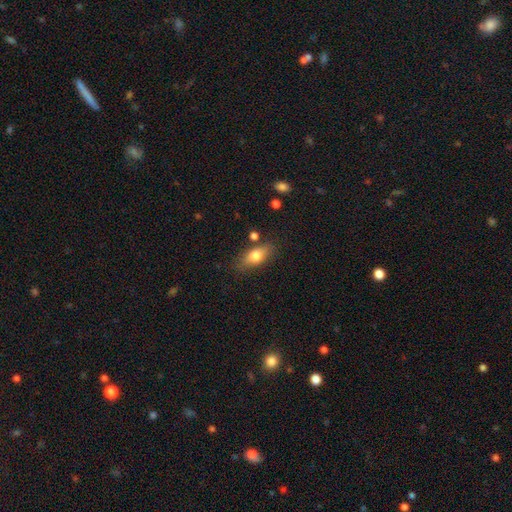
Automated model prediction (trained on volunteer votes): Q: Smooth or featured?
A: smooth (76%); runner-up: featured or disk (17%)
Q: How rounded?
A: in between (83%); runner-up: cigar-shaped (11%)
Q: Merging?
A: none (78%); runner-up: minor disturbance (14%)